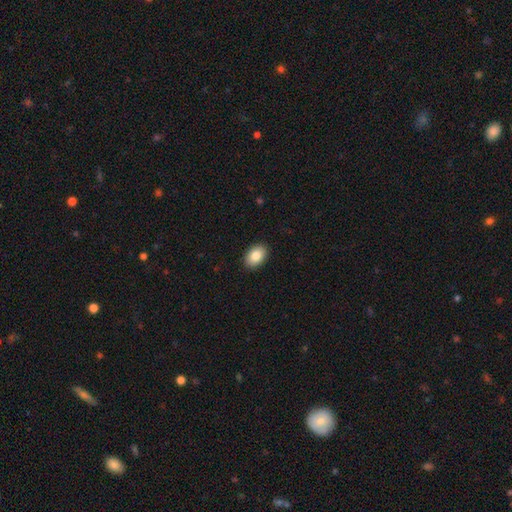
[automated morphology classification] Smooth or featured?
  - smooth: 86% *
  - star or artifact: 7%
  - featured or disk: 7%
How rounded?
  - in between: 87% *
  - round: 12%
  - cigar-shaped: 1%
Merging?
  - none: 90% *
  - minor disturbance: 7%
  - major disturbance: 2%
  - merger: 1%